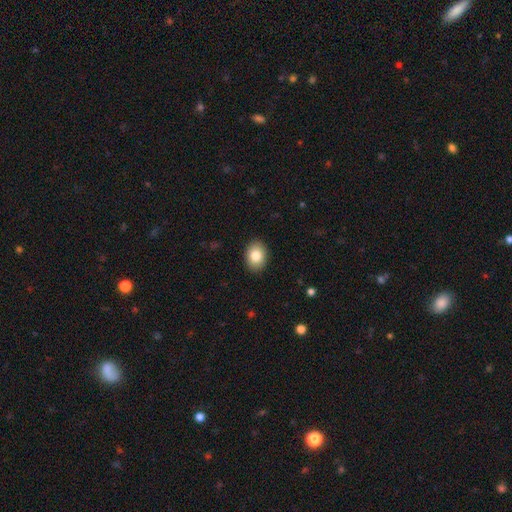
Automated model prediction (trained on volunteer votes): Smooth or featured: smooth — 83% (featured or disk — 9%)
How rounded: in between — 69% (round — 30%)
Merging: none — 90% (minor disturbance — 7%)